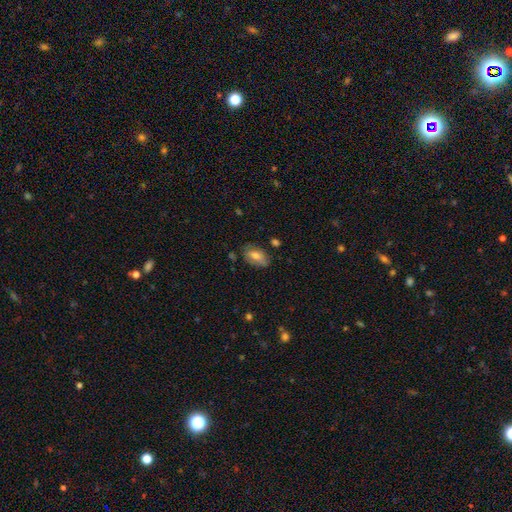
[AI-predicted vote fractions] The model was most divided on "smooth or featured": smooth: 65%, featured or disk: 27%, star or artifact: 8%. More confident: how rounded — in between (89%); merging — none (68%).